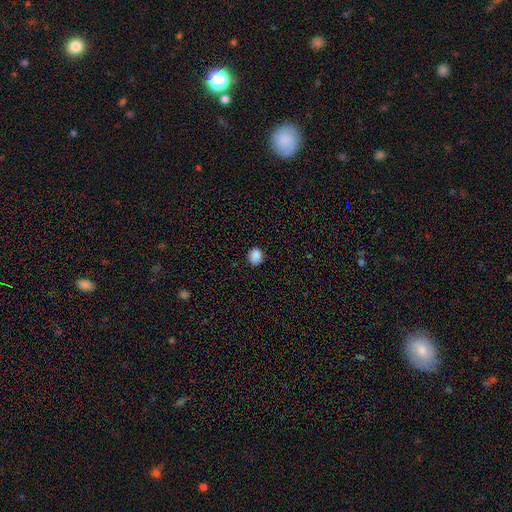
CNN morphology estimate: smooth-or-featured: smooth: 87% | star or artifact: 10% | featured or disk: 3%
  how-rounded: round: 86% | in between: 13% | cigar-shaped: 1%
  merging: none: 87% | minor disturbance: 10% | major disturbance: 2% | merger: 1%